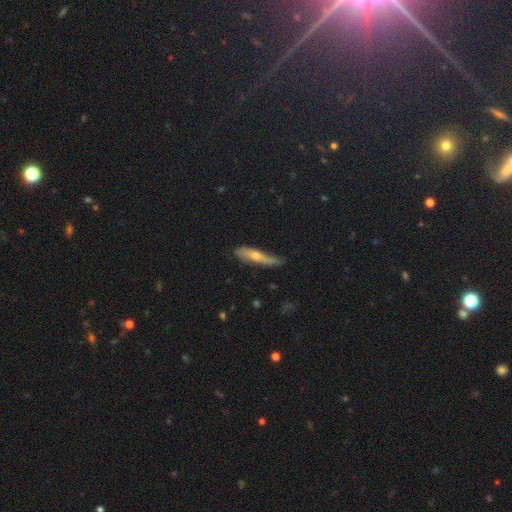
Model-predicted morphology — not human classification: Smooth or featured? Predicted: featured or disk (p=0.47). Merging? Predicted: none (p=0.53).